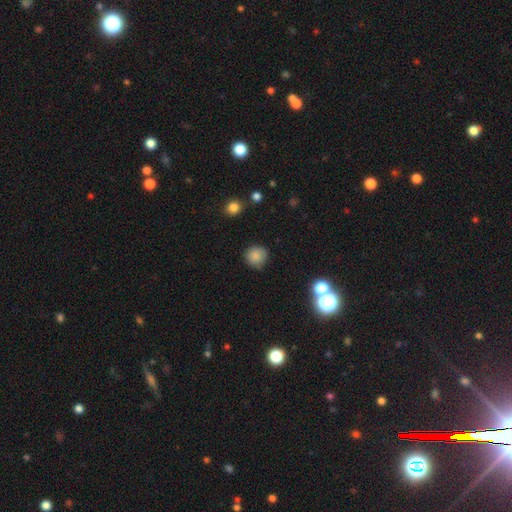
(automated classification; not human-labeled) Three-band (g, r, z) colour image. It shows a smooth galaxy with no disk features (84%) that is round (91%). Merging: none (84%).